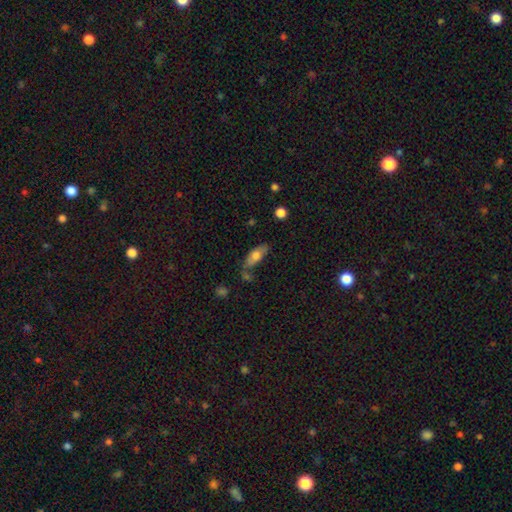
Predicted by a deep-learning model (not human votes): A smooth galaxy with no disk features (70%) that is in between round and cigar-shaped (75%). Merging: none (56%).